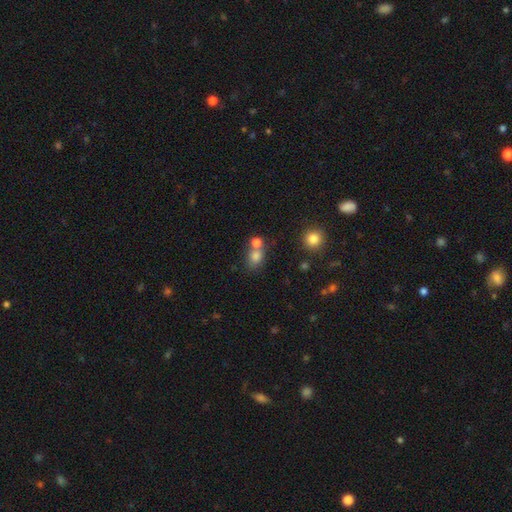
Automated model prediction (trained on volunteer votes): smooth_or_featured: smooth (p=0.78) [alt: star or artifact p=0.13]
how_rounded: round (p=0.54) [alt: in between p=0.44]
merging: none (p=0.45) [alt: merger p=0.40]